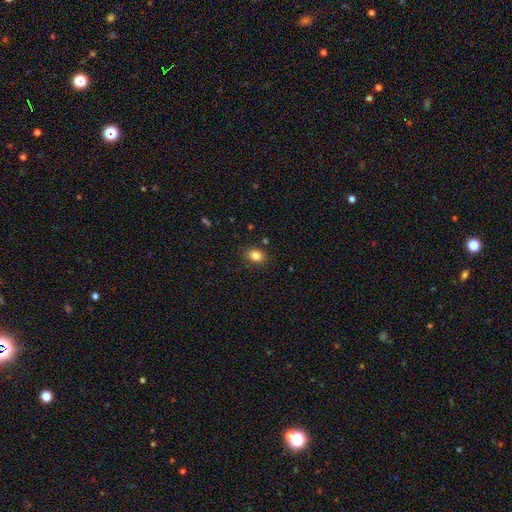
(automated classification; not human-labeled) Overall: smooth (84%). How rounded: in between (64%; round 35%). Merging: none (86%).